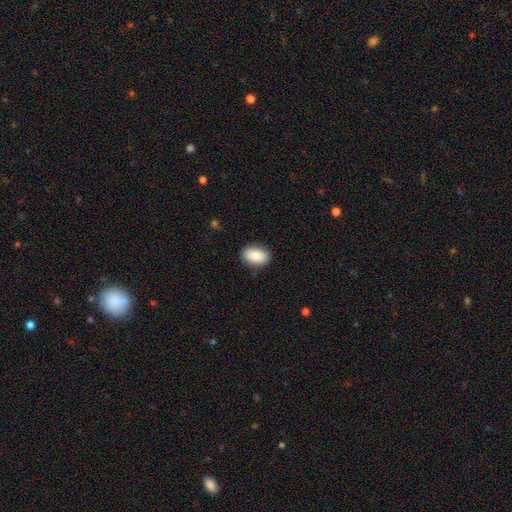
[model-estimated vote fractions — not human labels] Smooth or featured? smooth (84%)
How rounded? in between (86%)
Merging? none (87%)